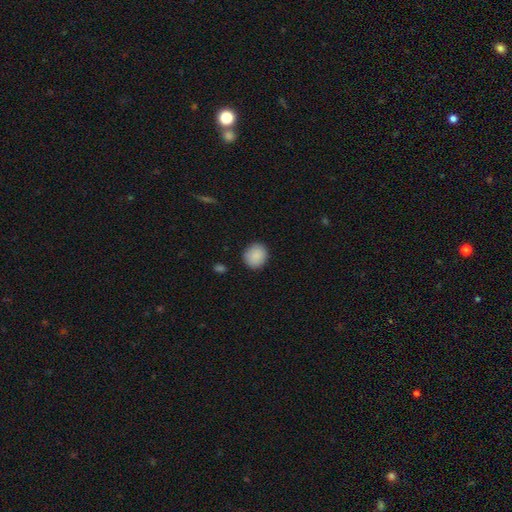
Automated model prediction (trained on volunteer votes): The model was most divided on "how rounded": round: 82%, in between: 17%, cigar-shaped: 1%. More confident: smooth or featured — smooth (89%); merging — none (89%).